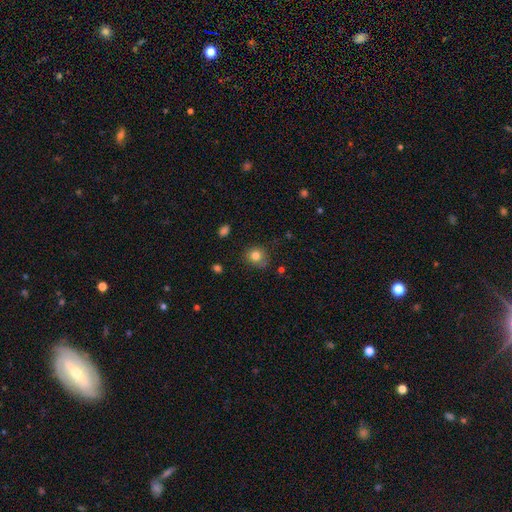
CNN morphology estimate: Smooth or featured: smooth — 82% (star or artifact — 11%)
How rounded: round — 79% (in between — 20%)
Merging: none — 73% (minor disturbance — 20%)